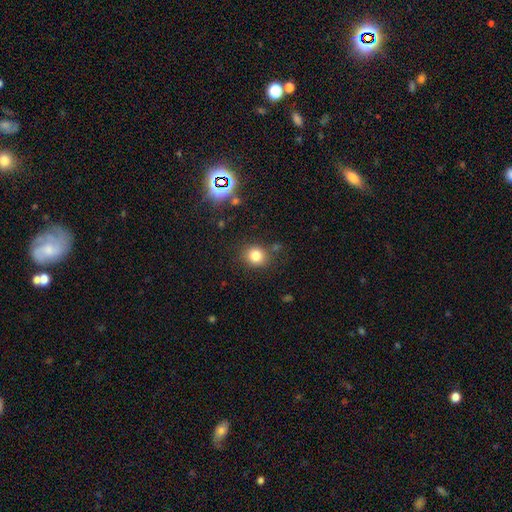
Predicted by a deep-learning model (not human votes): Smooth or featured: smooth — 80% (star or artifact — 13%)
How rounded: round — 77% (in between — 23%)
Merging: none — 81% (minor disturbance — 11%)